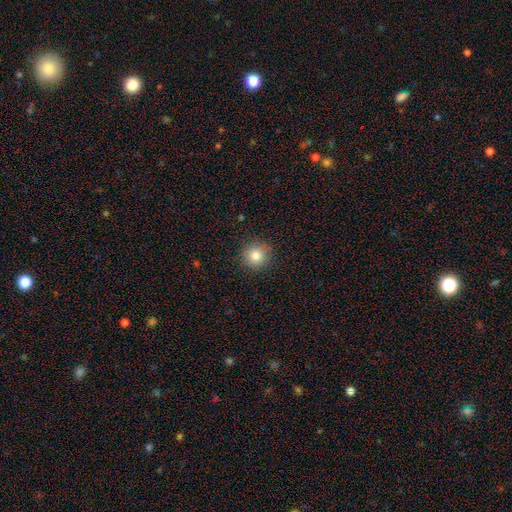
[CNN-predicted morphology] The model was most divided on "smooth or featured": smooth: 82%, star or artifact: 11%, featured or disk: 7%. More confident: how rounded — round (94%); merging — none (90%).